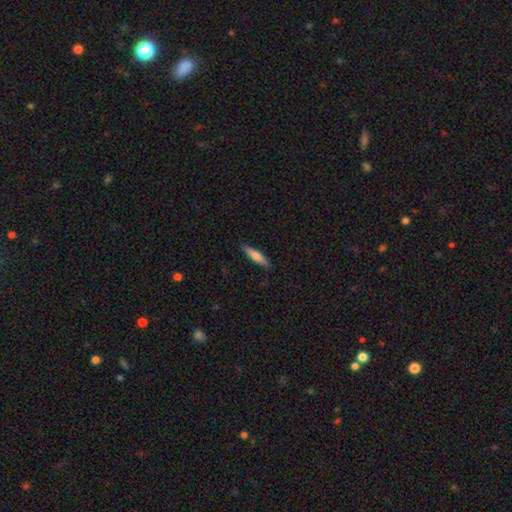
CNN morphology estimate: A smooth galaxy with no disk features (73%) that is cigar-shaped (81%). Merging: none (86%).